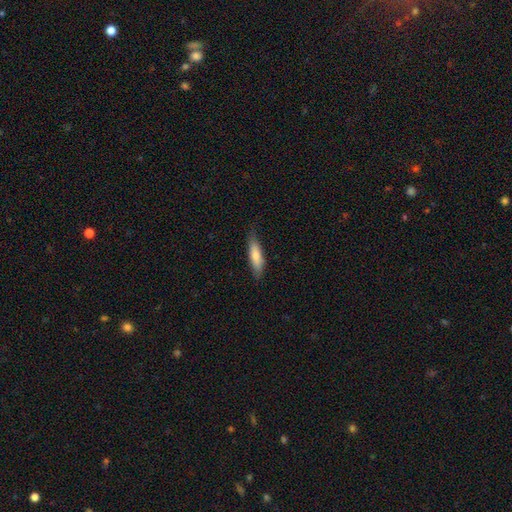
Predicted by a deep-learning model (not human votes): smooth-or-featured: smooth: 74% | featured or disk: 21% | star or artifact: 5%
  how-rounded: cigar-shaped: 63% | in between: 36% | round: 2%
  merging: none: 77% | minor disturbance: 19% | major disturbance: 3% | merger: 1%